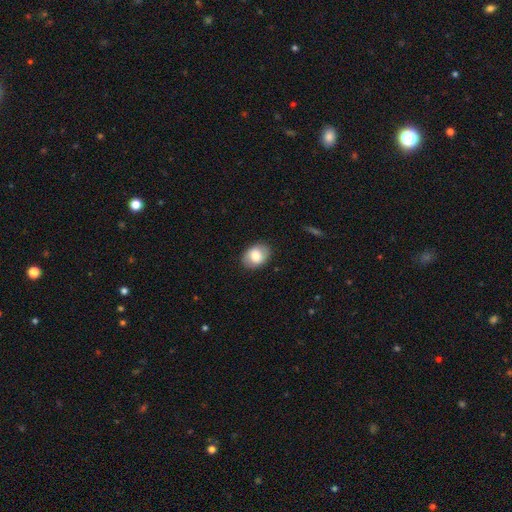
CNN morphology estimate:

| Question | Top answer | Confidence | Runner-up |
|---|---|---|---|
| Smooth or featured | smooth | 74% | featured or disk (19%) |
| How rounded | in between | 73% | round (26%) |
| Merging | none | 86% | minor disturbance (10%) |